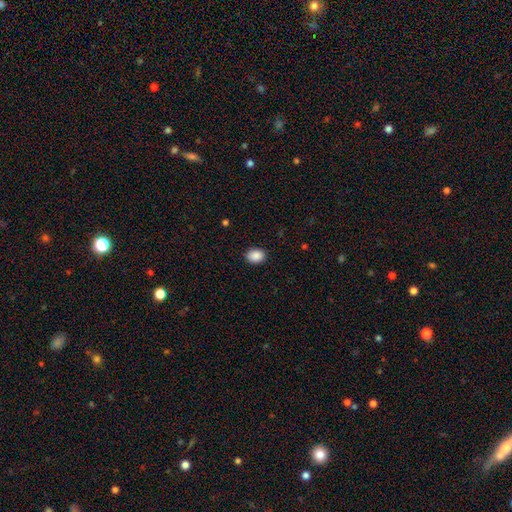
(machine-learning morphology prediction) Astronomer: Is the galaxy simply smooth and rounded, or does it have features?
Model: smooth — 90%.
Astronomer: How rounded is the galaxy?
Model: in between — 65%.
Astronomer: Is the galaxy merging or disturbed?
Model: none — 89%.